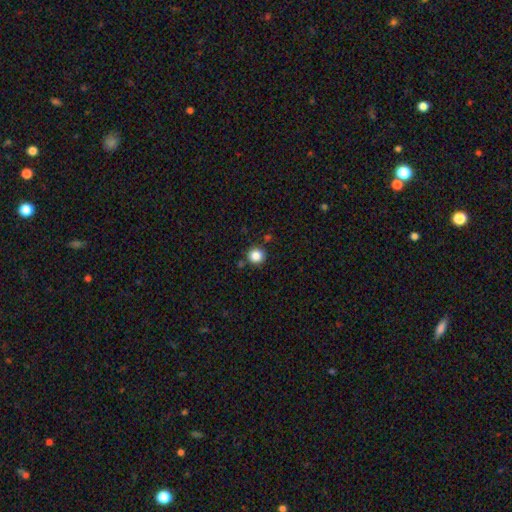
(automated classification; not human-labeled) Smooth or featured? smooth (85%)
How rounded? round (94%)
Merging? none (87%)